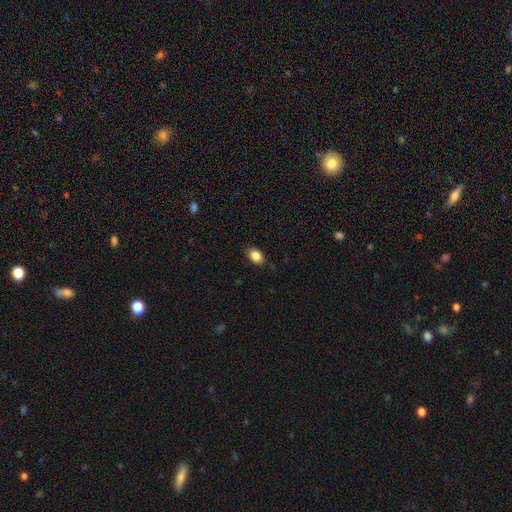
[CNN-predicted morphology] Q: Smooth or featured?
A: smooth (86%); runner-up: star or artifact (8%)
Q: How rounded?
A: in between (83%); runner-up: round (15%)
Q: Merging?
A: none (85%); runner-up: minor disturbance (12%)